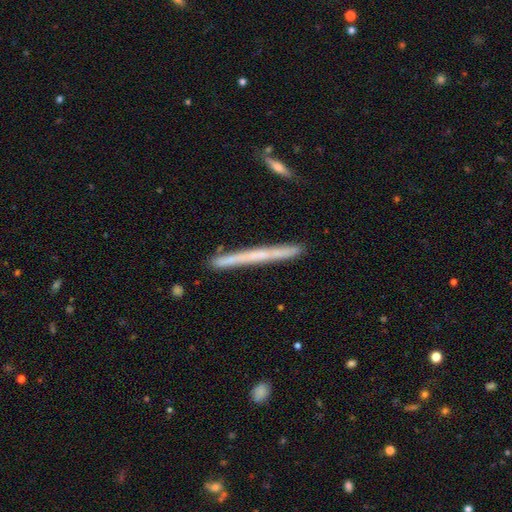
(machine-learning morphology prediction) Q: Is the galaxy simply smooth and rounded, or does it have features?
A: featured or disk — 53%.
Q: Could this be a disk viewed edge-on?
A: yes — 97%.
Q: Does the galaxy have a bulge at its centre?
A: none — 83%.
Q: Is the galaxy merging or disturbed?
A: none — 89%.